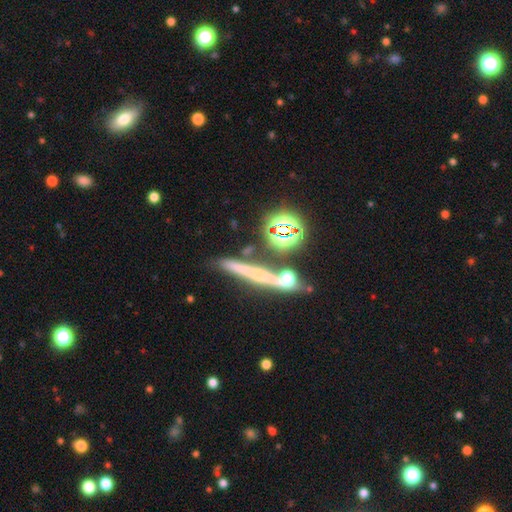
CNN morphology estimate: Smooth or featured? featured or disk (38%)
Merging? none (69%)